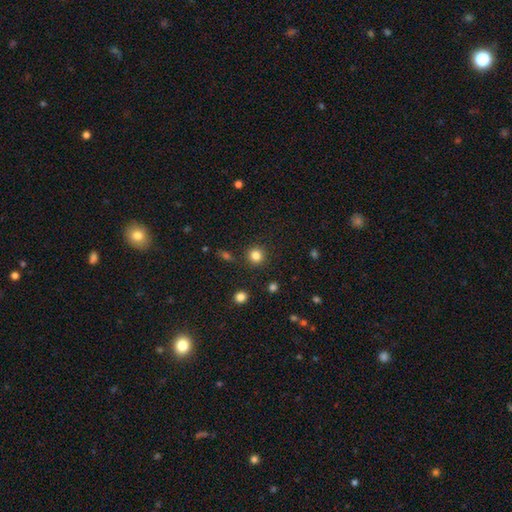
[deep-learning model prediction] smooth-or-featured: smooth: 83% | star or artifact: 12% | featured or disk: 5%
  how-rounded: round: 94% | in between: 6% | cigar-shaped: 1%
  merging: none: 90% | minor disturbance: 6% | major disturbance: 2% | merger: 2%